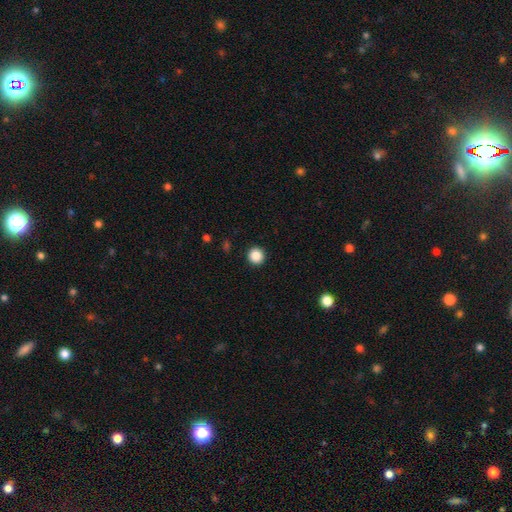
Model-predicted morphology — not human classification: Smooth or featured: smooth — 88% (star or artifact — 10%)
How rounded: round — 95% (in between — 4%)
Merging: none — 93% (minor disturbance — 4%)